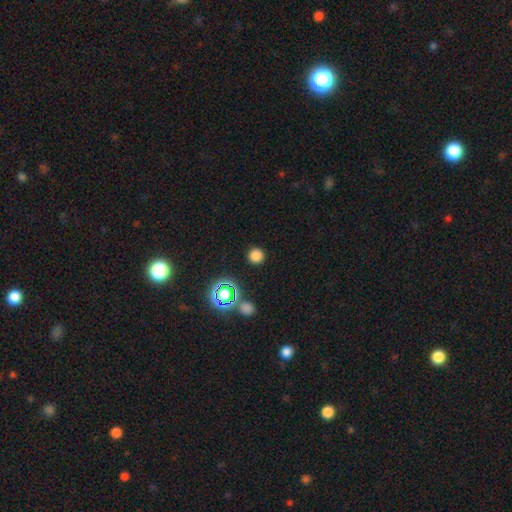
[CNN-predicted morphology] Smooth or featured? smooth (76%)
How rounded? round (94%)
Merging? none (90%)